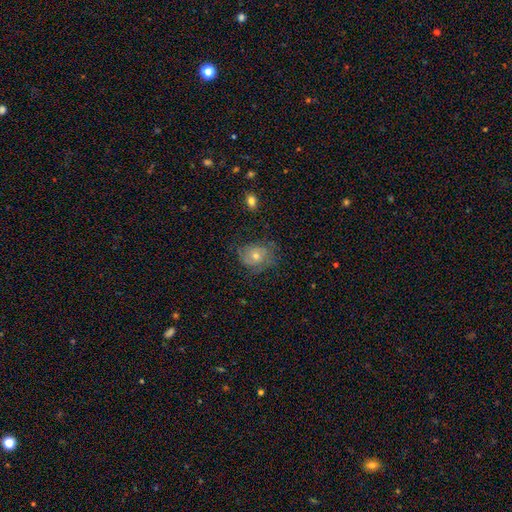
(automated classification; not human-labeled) smooth_or_featured: smooth (p=0.48) [alt: featured or disk p=0.42]
merging: none (p=0.60) [alt: minor disturbance p=0.25]